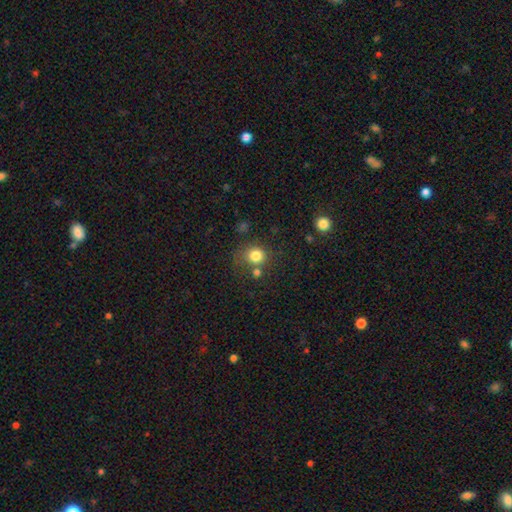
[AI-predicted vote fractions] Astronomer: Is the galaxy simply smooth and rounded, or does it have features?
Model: smooth — 81%.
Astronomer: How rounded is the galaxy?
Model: round — 85%.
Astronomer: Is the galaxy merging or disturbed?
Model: none — 63%.